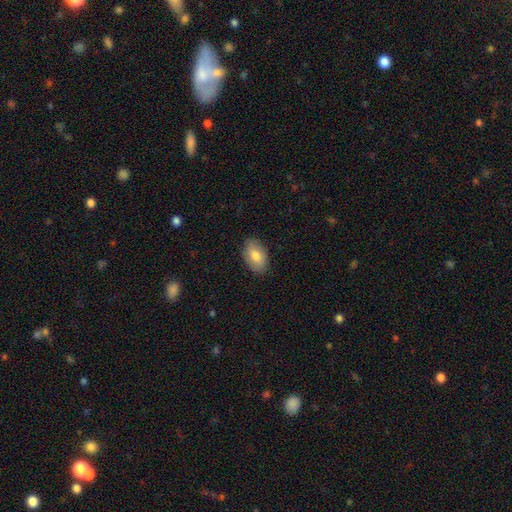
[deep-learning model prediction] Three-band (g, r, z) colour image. It shows a smooth galaxy with no disk features (78%) that is in between round and cigar-shaped (91%). Merging: none (86%).